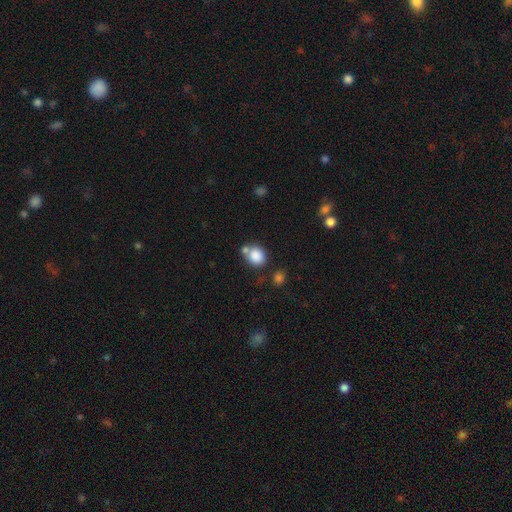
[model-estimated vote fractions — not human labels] Smooth or featured?
  - smooth: 84% *
  - star or artifact: 10%
  - featured or disk: 6%
How rounded?
  - round: 69% *
  - in between: 30%
  - cigar-shaped: 1%
Merging?
  - none: 53% *
  - merger: 30%
  - minor disturbance: 12%
  - major disturbance: 5%